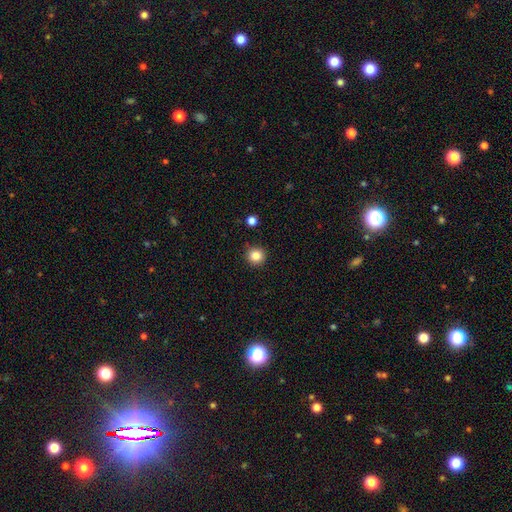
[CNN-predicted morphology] Q: Smooth or featured?
A: smooth (84%); runner-up: star or artifact (11%)
Q: How rounded?
A: round (94%); runner-up: in between (5%)
Q: Merging?
A: none (91%); runner-up: minor disturbance (6%)